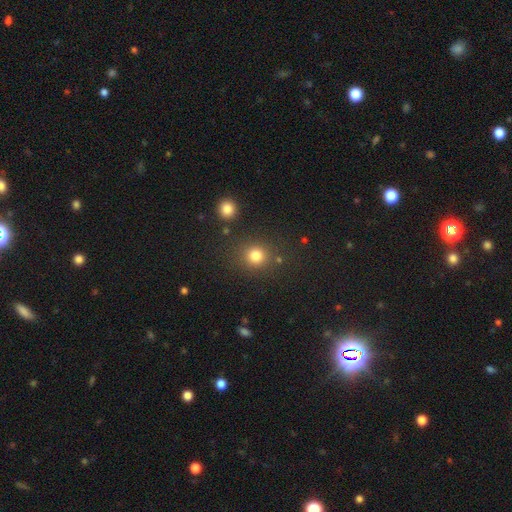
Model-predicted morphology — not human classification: This appears to be a smooth galaxy with no disk features (82%) that is round (87%). Merging: none (82%).